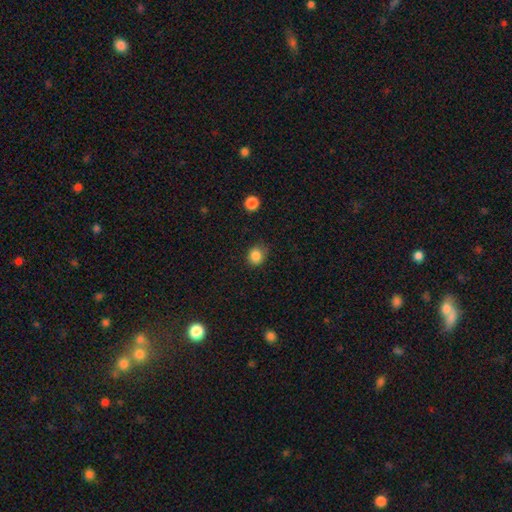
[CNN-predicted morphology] smooth-or-featured: smooth: 84% | star or artifact: 11% | featured or disk: 5%
  how-rounded: round: 74% | in between: 25% | cigar-shaped: 1%
  merging: none: 74% | minor disturbance: 20% | major disturbance: 4% | merger: 1%